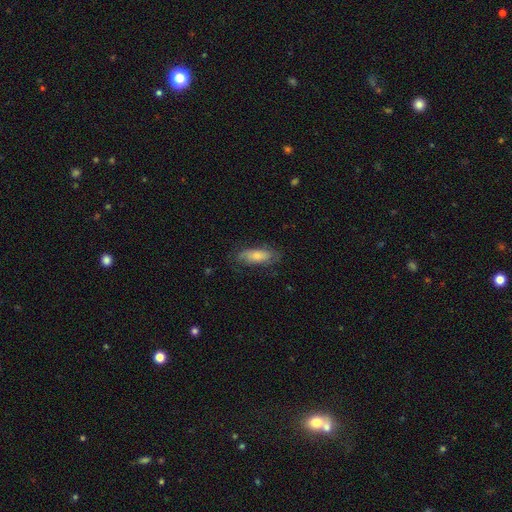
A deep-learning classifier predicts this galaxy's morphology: Smooth or featured: smooth — 53% (featured or disk — 38%)
How rounded: in between — 63% (cigar-shaped — 34%)
Merging: none — 74% (minor disturbance — 19%)